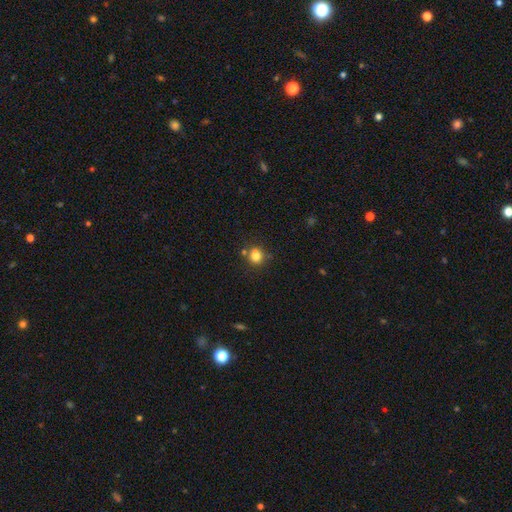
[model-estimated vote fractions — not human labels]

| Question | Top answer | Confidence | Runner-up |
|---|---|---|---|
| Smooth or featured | smooth | 80% | star or artifact (12%) |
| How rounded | round | 77% | in between (22%) |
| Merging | none | 64% | merger (17%) |